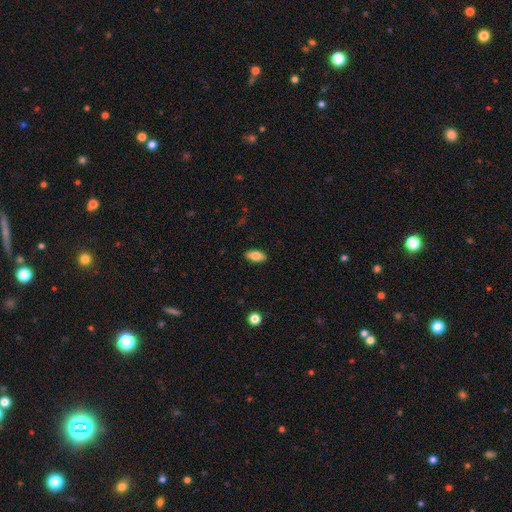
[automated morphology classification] smooth_or_featured: smooth (p=0.82) [alt: featured or disk p=0.11]
how_rounded: in between (p=0.89) [alt: cigar-shaped p=0.09]
merging: none (p=0.90) [alt: minor disturbance p=0.08]